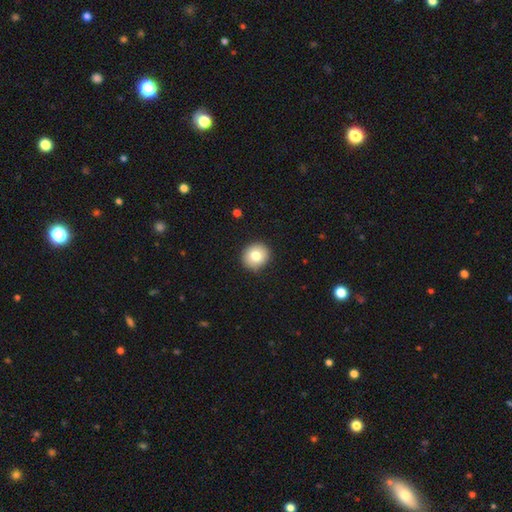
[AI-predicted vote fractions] A smooth galaxy with no disk features (79%) that is round (87%). Merging: none (89%).